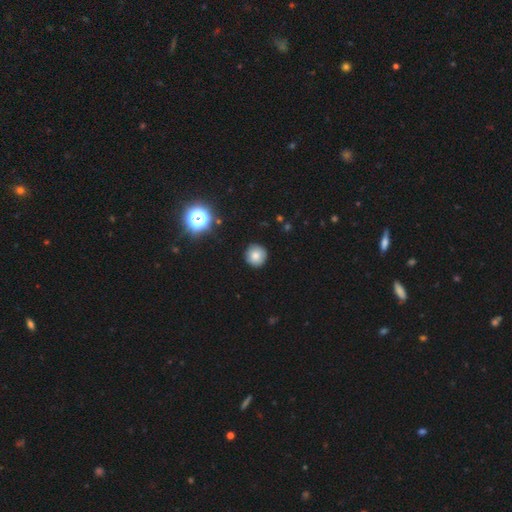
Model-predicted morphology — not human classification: Smooth or featured?
  - smooth: 79% *
  - star or artifact: 12%
  - featured or disk: 10%
How rounded?
  - round: 95% *
  - in between: 4%
  - cigar-shaped: 1%
Merging?
  - none: 89% *
  - minor disturbance: 8%
  - major disturbance: 2%
  - merger: 1%